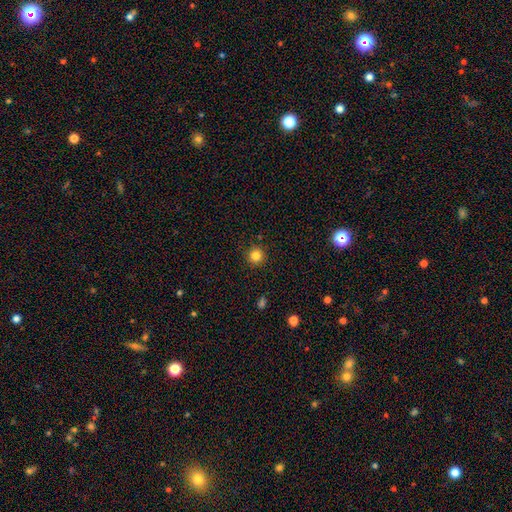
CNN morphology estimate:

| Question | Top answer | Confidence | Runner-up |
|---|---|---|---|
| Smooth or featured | smooth | 83% | star or artifact (12%) |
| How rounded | round | 95% | in between (4%) |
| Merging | none | 90% | minor disturbance (6%) |